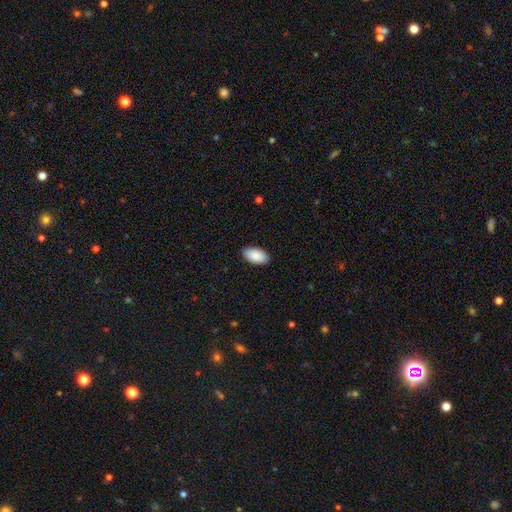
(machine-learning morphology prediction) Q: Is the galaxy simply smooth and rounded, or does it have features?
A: smooth — 91%.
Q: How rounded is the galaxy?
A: in between — 96%.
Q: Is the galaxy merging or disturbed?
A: none — 89%.